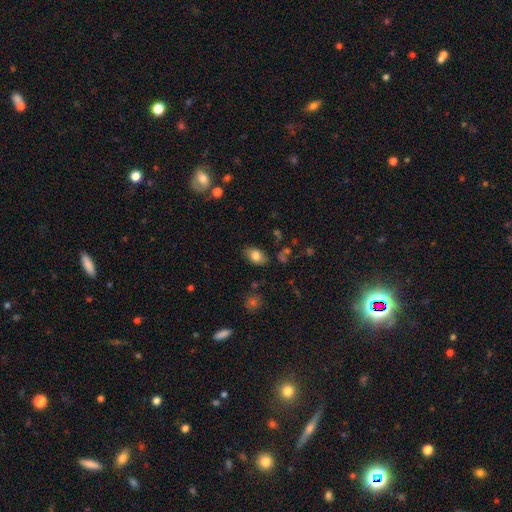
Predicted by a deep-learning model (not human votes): This appears to be a smooth galaxy with no disk features (80%) that is in between round and cigar-shaped (88%). Merging: none (77%).